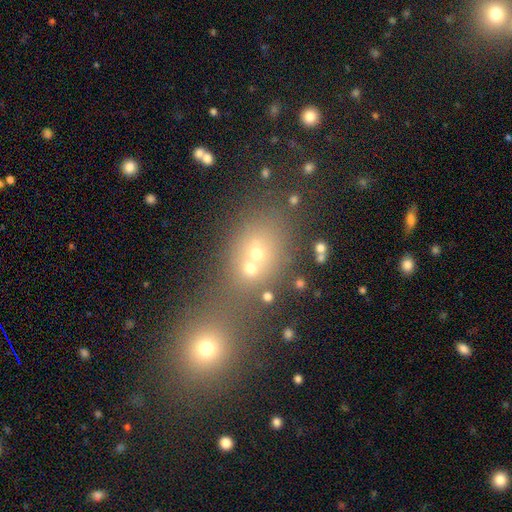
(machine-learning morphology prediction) This is possibly a smooth galaxy (58%). How rounded: possibly round (58%). Merging: possibly merger (53%).